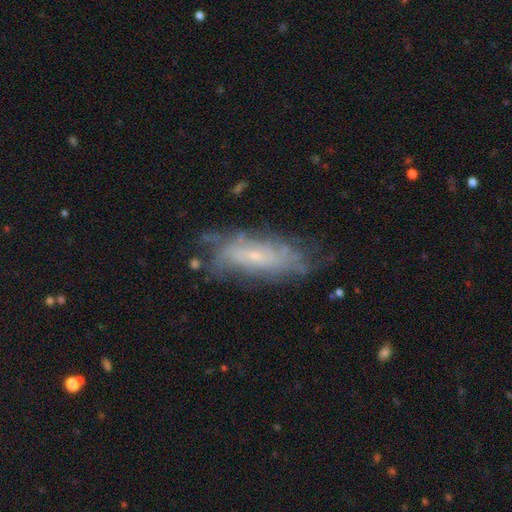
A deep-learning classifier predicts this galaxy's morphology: A featured or disk galaxy (63%) with no bar (70%), spiral arms (67%) and a small central bulge (75%). Merging: none (62%).